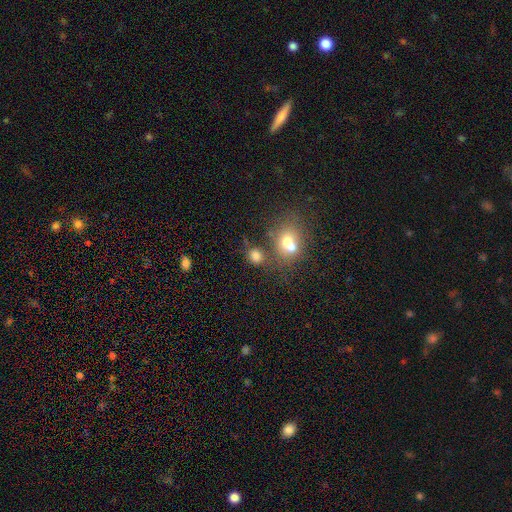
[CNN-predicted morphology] smooth-or-featured: smooth: 74% | star or artifact: 14% | featured or disk: 12%
  how-rounded: round: 63% | in between: 35% | cigar-shaped: 1%
  merging: none: 47% | merger: 35% | minor disturbance: 11% | major disturbance: 6%